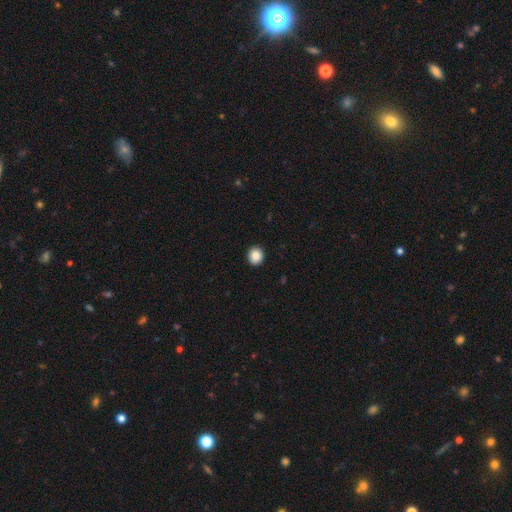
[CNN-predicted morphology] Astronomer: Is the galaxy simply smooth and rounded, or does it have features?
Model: smooth — 88%.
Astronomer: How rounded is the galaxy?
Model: round — 81%.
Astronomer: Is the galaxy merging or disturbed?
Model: none — 92%.